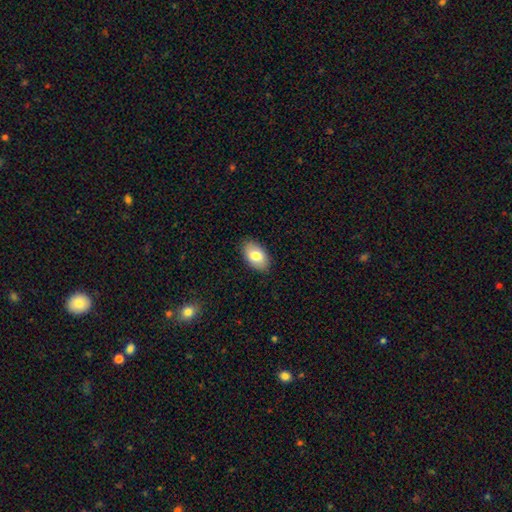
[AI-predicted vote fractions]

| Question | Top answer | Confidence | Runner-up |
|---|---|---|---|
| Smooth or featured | smooth | 78% | featured or disk (15%) |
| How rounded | in between | 93% | round (5%) |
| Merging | none | 87% | minor disturbance (10%) |